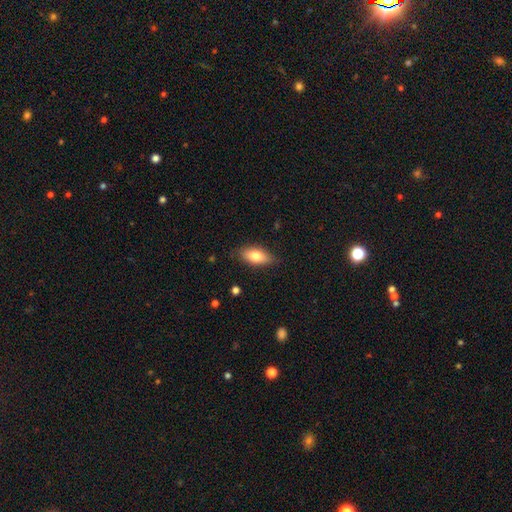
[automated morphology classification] A smooth galaxy with no disk features (76%) that is in between round and cigar-shaped (85%). Merging: none (82%).